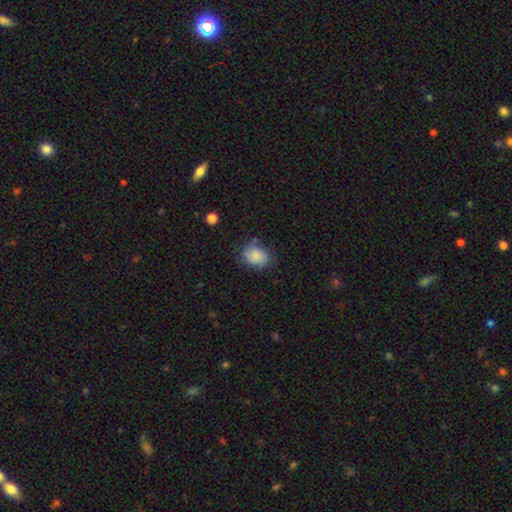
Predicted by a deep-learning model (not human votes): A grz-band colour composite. It shows a smooth galaxy with no disk features (81%) that is in between round and cigar-shaped (63%). Merging: none (69%).